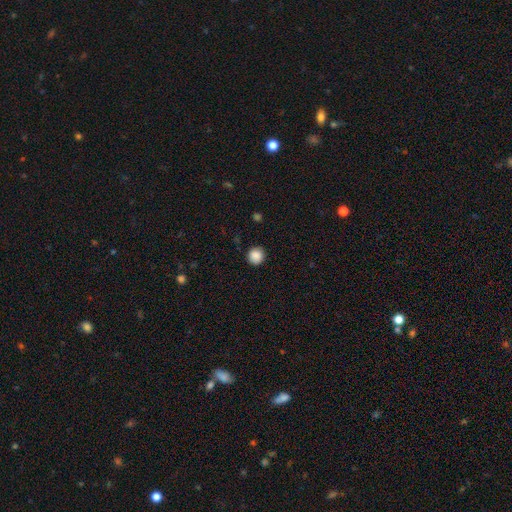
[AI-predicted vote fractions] Morphology: type=smooth (88%); roundness=round (92%); merging=none (90%).